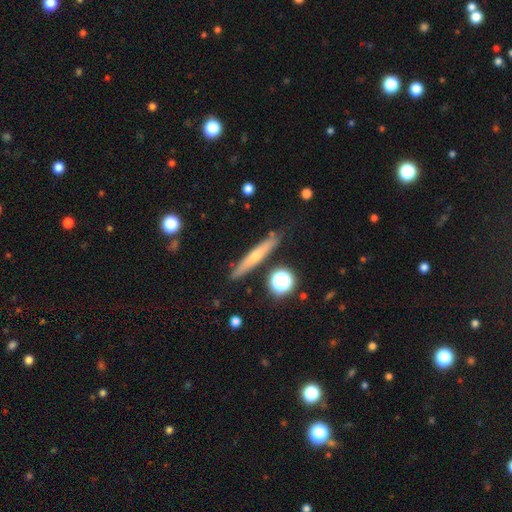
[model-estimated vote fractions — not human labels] The model was most divided on "smooth or featured": featured or disk: 48%, smooth: 43%, star or artifact: 9%. More confident: merging — none (84%).